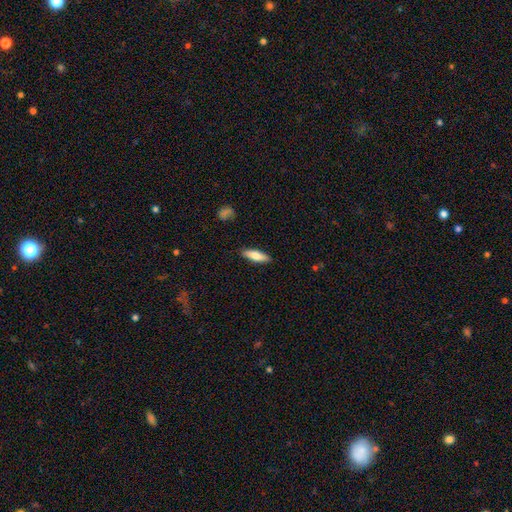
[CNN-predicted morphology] This is likely a smooth galaxy (74%). How rounded: possibly cigar-shaped (52%). Merging: clearly none (88%).